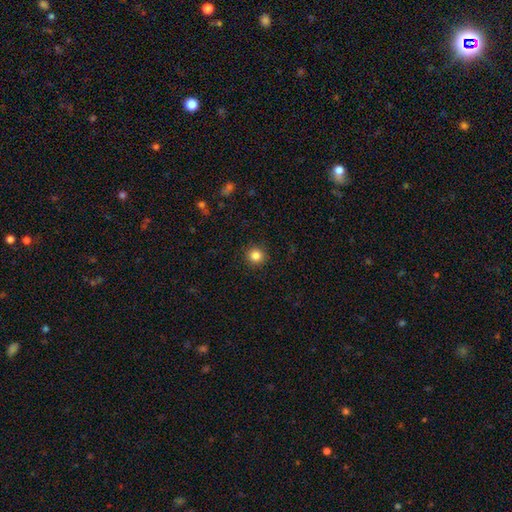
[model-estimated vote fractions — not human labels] Morphology: type=smooth (84%); roundness=round (94%); merging=none (92%).